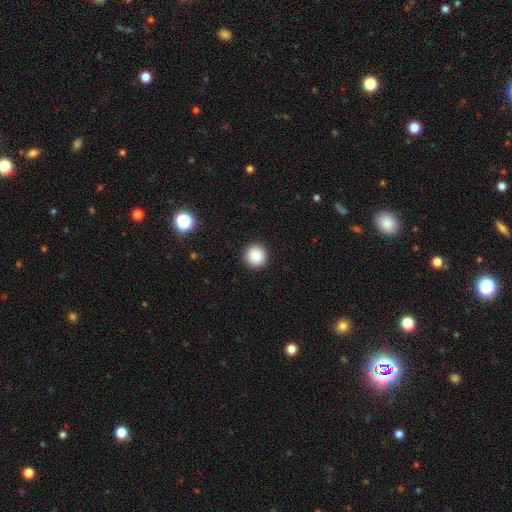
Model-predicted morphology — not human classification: Smooth or featured? Predicted: smooth (p=0.87). How rounded? Predicted: round (p=0.95). Merging? Predicted: none (p=0.93).